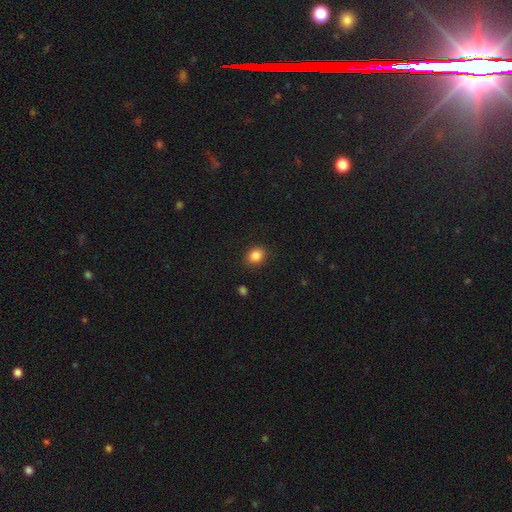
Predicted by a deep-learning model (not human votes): Q: Smooth or featured?
A: smooth (86%); runner-up: star or artifact (10%)
Q: How rounded?
A: round (63%); runner-up: in between (36%)
Q: Merging?
A: none (87%); runner-up: minor disturbance (9%)